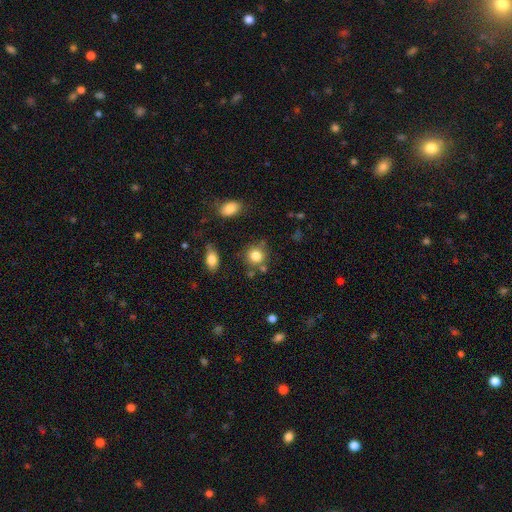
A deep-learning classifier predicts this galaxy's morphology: smooth_or_featured: smooth (p=0.82) [alt: star or artifact p=0.11]
how_rounded: round (p=0.85) [alt: in between p=0.14]
merging: none (p=0.71) [alt: minor disturbance p=0.14]